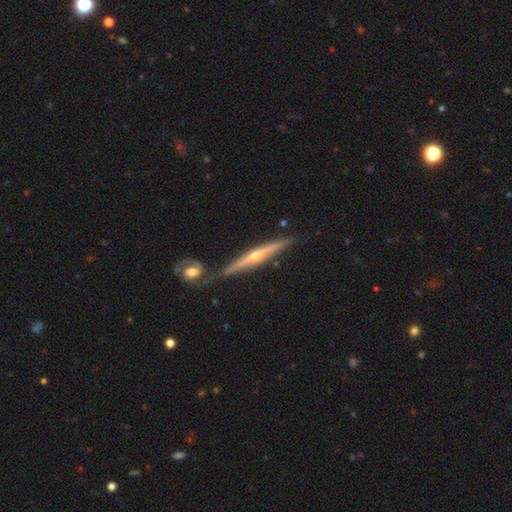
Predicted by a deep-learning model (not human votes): A featured or disk galaxy (80%) viewed edge-on (97%) with a rounded central bulge (79%).

Vote fractions:
- Smooth or featured? featured or disk: 80% / smooth: 14% / star or artifact: 6%
- Edge-on disk? yes: 97% / no: 3%
- Edge-on bulge? rounded: 79% / none: 16% / boxy: 6%
- Merging? none: 77% / minor disturbance: 10% / merger: 10% / major disturbance: 3%